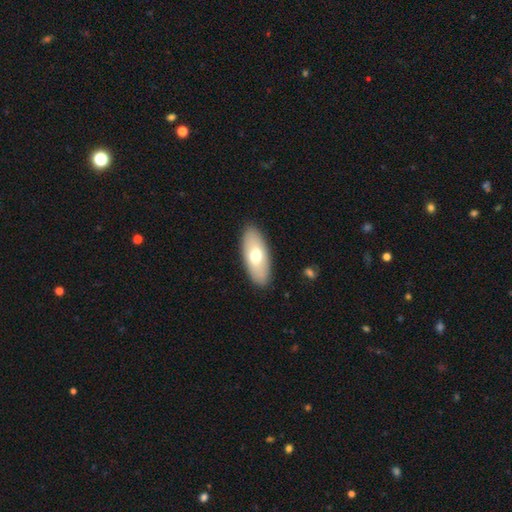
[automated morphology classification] Smooth or featured: smooth — 67% (featured or disk — 27%)
How rounded: in between — 85% (cigar-shaped — 12%)
Merging: none — 89% (minor disturbance — 8%)